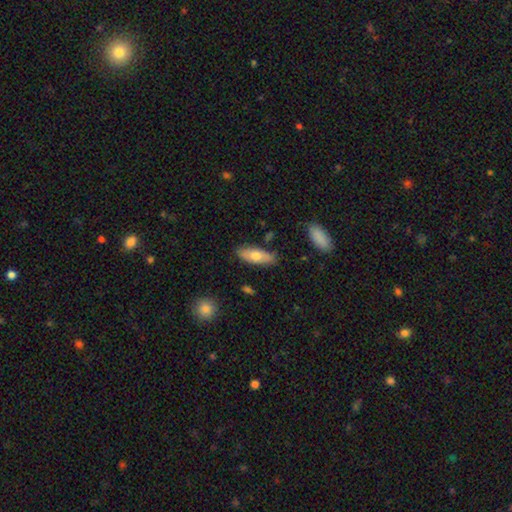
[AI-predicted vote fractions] smooth_or_featured: smooth (p=0.68) [alt: featured or disk p=0.26]
how_rounded: in between (p=0.69) [alt: cigar-shaped p=0.28]
merging: none (p=0.82) [alt: minor disturbance p=0.13]